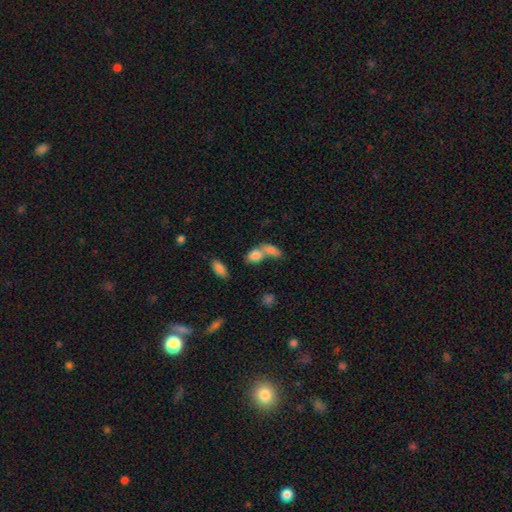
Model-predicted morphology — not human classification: A smooth galaxy with no disk features (80%) that is in between round and cigar-shaped (82%).

Vote fractions:
- Smooth or featured? smooth: 80% / featured or disk: 11% / star or artifact: 9%
- How rounded? in between: 82% / round: 13% / cigar-shaped: 5%
- Merging? merger: 60% / none: 27% / minor disturbance: 8% / major disturbance: 5%